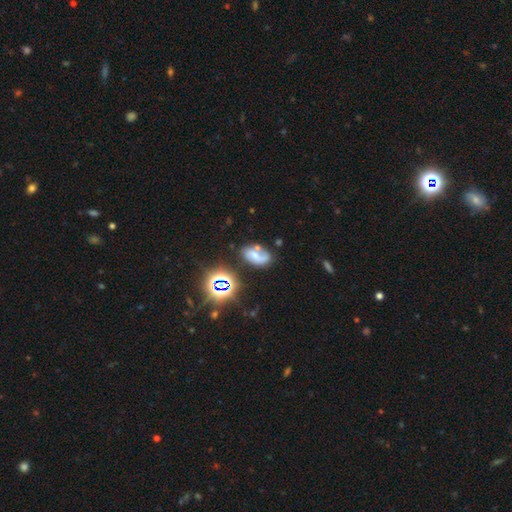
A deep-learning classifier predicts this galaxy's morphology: Q: Smooth or featured?
A: featured or disk (46%); runner-up: smooth (34%)
Q: Merging?
A: none (46%); runner-up: minor disturbance (22%)